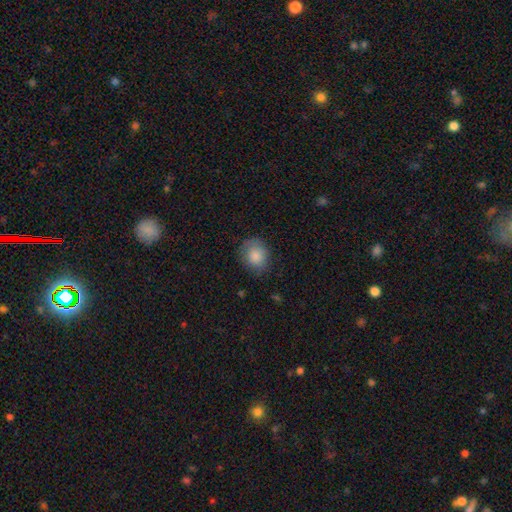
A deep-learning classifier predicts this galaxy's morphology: A smooth galaxy with no disk features (85%) that is round (70%).

Vote fractions:
- Smooth or featured? smooth: 85% / featured or disk: 8% / star or artifact: 8%
- How rounded? round: 70% / in between: 29% / cigar-shaped: 1%
- Merging? none: 75% / minor disturbance: 19% / major disturbance: 5% / merger: 1%